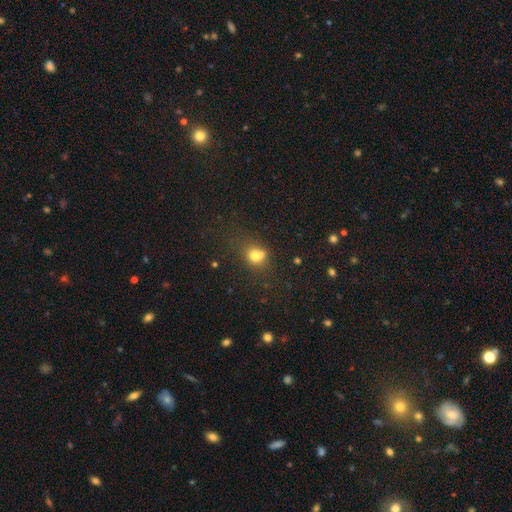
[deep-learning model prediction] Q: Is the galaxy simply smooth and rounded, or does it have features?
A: smooth — 70%.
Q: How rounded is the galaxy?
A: round — 64%.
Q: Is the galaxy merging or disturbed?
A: merger — 41%.